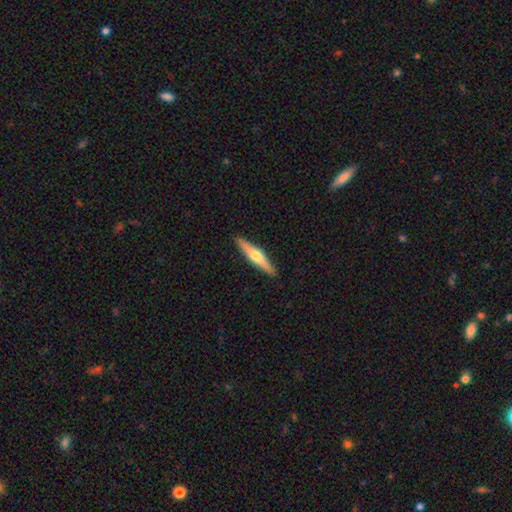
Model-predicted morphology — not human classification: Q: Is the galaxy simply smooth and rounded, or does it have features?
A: featured or disk — 55%.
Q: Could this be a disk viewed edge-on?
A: yes — 96%.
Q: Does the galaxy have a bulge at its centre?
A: rounded — 91%.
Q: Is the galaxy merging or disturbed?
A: none — 91%.